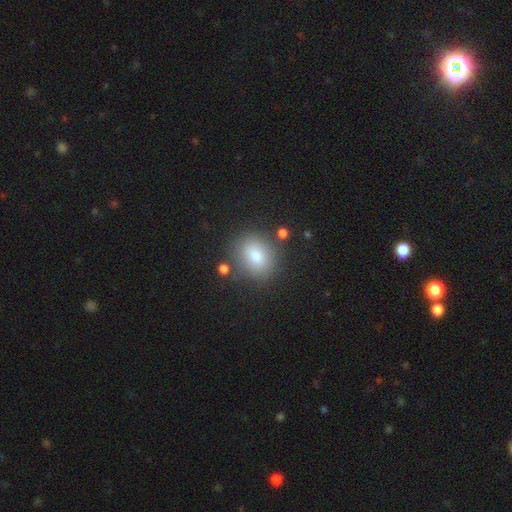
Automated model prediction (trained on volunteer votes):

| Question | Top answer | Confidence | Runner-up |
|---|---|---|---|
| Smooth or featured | smooth | 79% | star or artifact (11%) |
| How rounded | round | 61% | in between (37%) |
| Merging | none | 79% | minor disturbance (12%) |